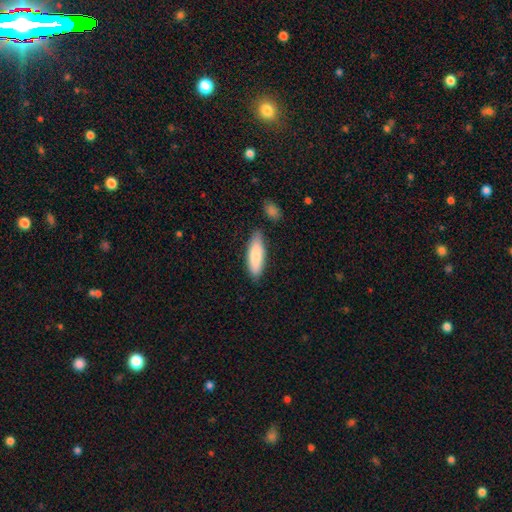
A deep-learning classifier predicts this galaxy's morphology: A smooth galaxy with no disk features (83%) that is in between round and cigar-shaped (55%). Merging: none (80%).